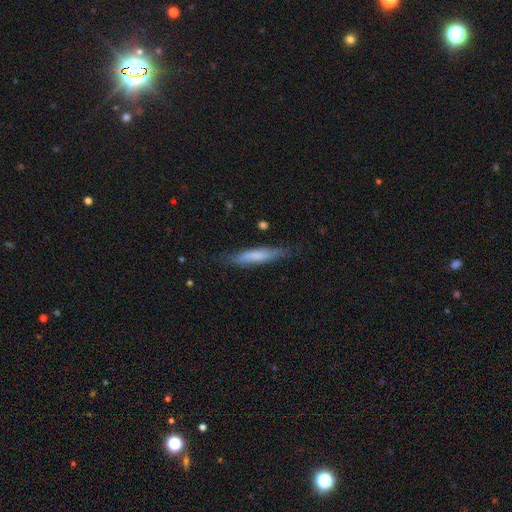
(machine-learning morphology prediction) The model was most divided on "smooth or featured": smooth: 67%, featured or disk: 27%, star or artifact: 6%. More confident: how rounded — cigar-shaped (87%); merging — none (77%).